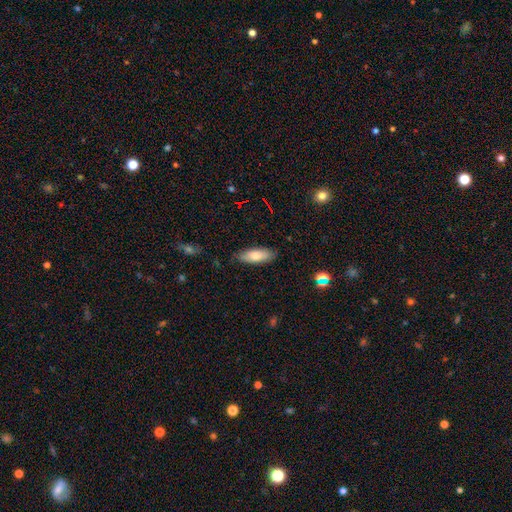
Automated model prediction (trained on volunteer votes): Overall: smooth (75%). How rounded: in between (64%; cigar-shaped 34%). Merging: none (84%).